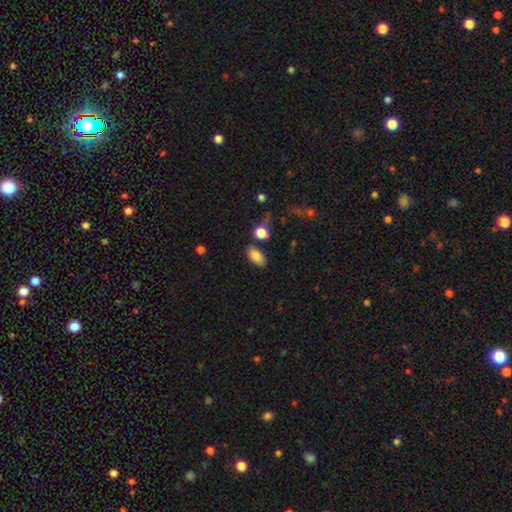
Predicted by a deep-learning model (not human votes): Q: Smooth or featured?
A: smooth (84%); runner-up: star or artifact (8%)
Q: How rounded?
A: in between (91%); runner-up: round (5%)
Q: Merging?
A: none (79%); runner-up: minor disturbance (12%)